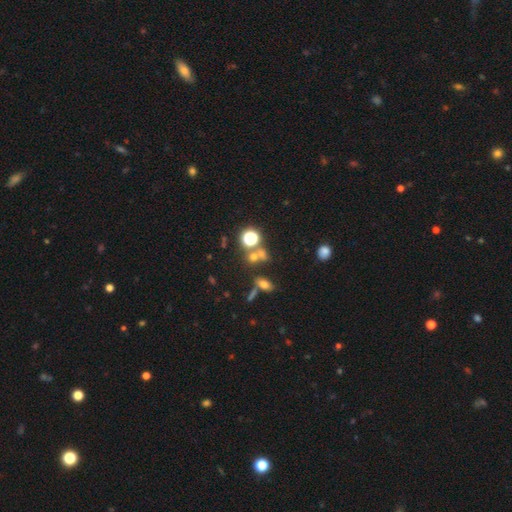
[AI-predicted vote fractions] smooth_or_featured: smooth (p=0.56) [alt: star or artifact p=0.32]
how_rounded: round (p=0.68) [alt: in between p=0.29]
merging: none (p=0.53) [alt: merger p=0.31]